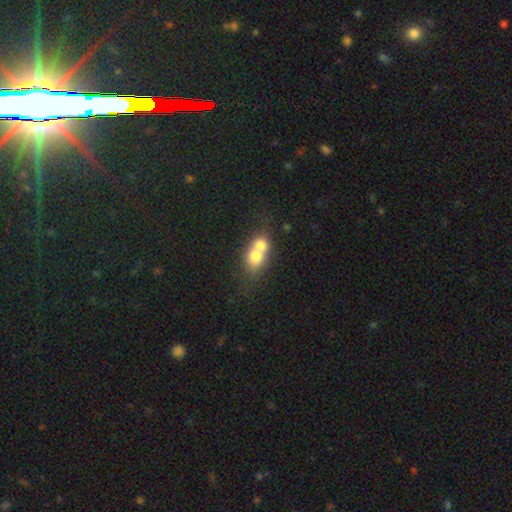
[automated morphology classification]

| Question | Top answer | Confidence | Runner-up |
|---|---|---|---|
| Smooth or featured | smooth | 69% | featured or disk (22%) |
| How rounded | round | 52% | in between (46%) |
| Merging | merger | 73% | none (19%) |